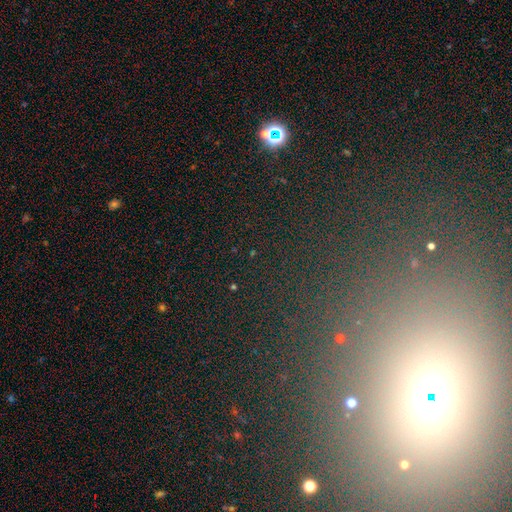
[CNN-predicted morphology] Smooth or featured: star or artifact — 57% (smooth — 30%)